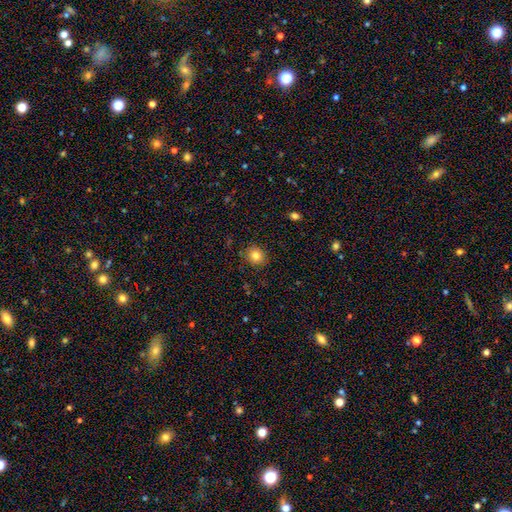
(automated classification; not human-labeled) Smooth or featured?
  - smooth: 81% *
  - star or artifact: 11%
  - featured or disk: 7%
How rounded?
  - round: 75% *
  - in between: 24%
  - cigar-shaped: 1%
Merging?
  - none: 86% *
  - minor disturbance: 11%
  - major disturbance: 3%
  - merger: 1%